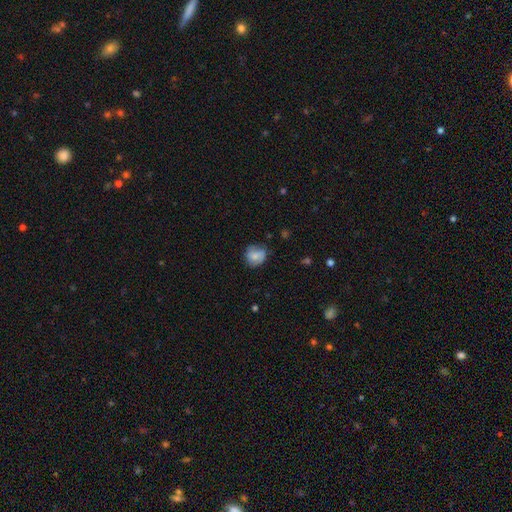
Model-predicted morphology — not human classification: Smooth or featured: smooth — 65% (featured or disk — 27%)
How rounded: round — 75% (in between — 24%)
Merging: none — 66% (minor disturbance — 25%)